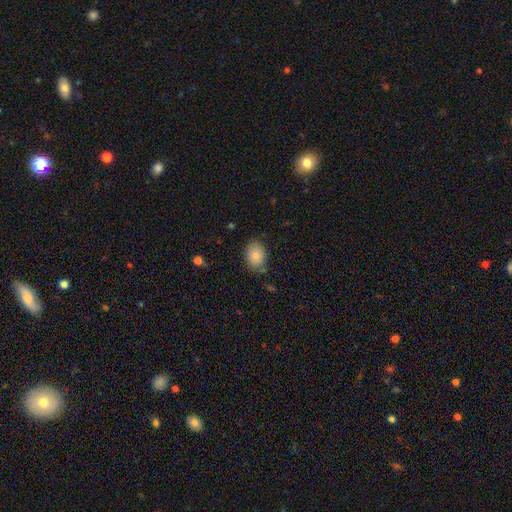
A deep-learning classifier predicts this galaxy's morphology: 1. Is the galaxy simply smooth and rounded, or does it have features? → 85% smooth, 8% star or artifact, 7% featured or disk.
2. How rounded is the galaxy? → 71% in between, 28% round, 1% cigar-shaped.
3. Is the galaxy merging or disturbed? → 79% none, 16% minor disturbance, 4% major disturbance, 2% merger.